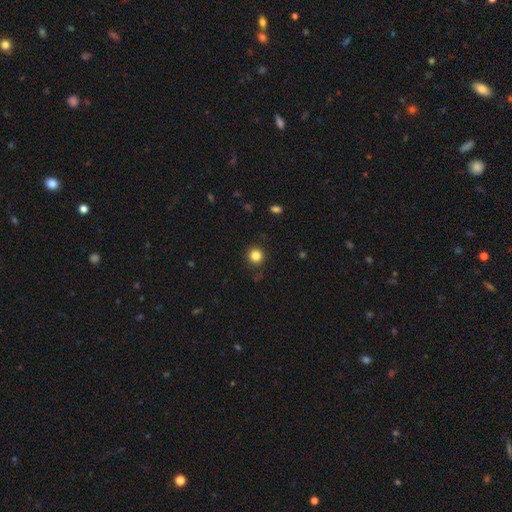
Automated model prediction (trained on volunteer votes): smooth_or_featured: smooth (p=0.83) [alt: star or artifact p=0.12]
how_rounded: round (p=0.93) [alt: in between p=0.06]
merging: none (p=0.90) [alt: minor disturbance p=0.07]